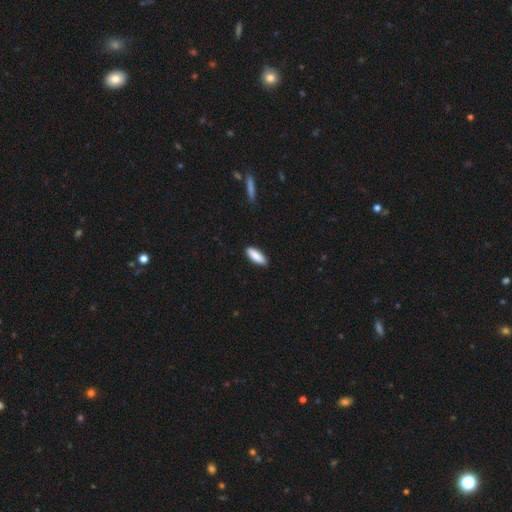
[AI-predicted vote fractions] Q: Smooth or featured?
A: smooth (88%); runner-up: featured or disk (7%)
Q: How rounded?
A: in between (60%); runner-up: cigar-shaped (38%)
Q: Merging?
A: none (88%); runner-up: minor disturbance (10%)